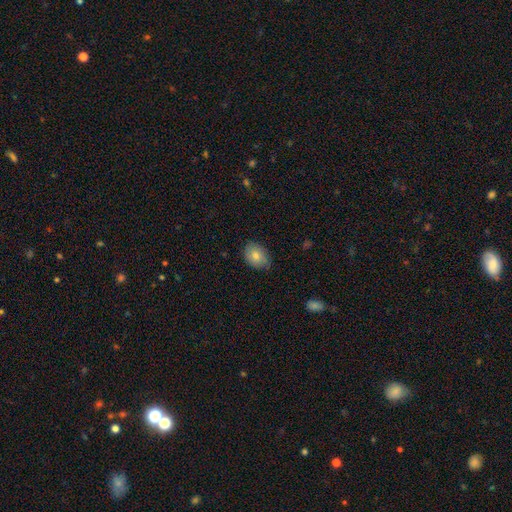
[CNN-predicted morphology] Smooth or featured? Predicted: smooth (p=0.75). How rounded? Predicted: in between (p=0.67). Merging? Predicted: none (p=0.75).